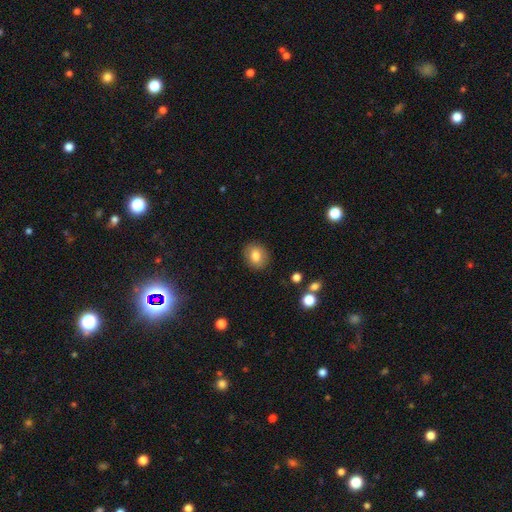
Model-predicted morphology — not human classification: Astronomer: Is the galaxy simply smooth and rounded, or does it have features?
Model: smooth — 81%.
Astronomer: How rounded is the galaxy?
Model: round — 58% (runner-up: in between, 41%).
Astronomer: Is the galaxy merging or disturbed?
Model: none — 87%.